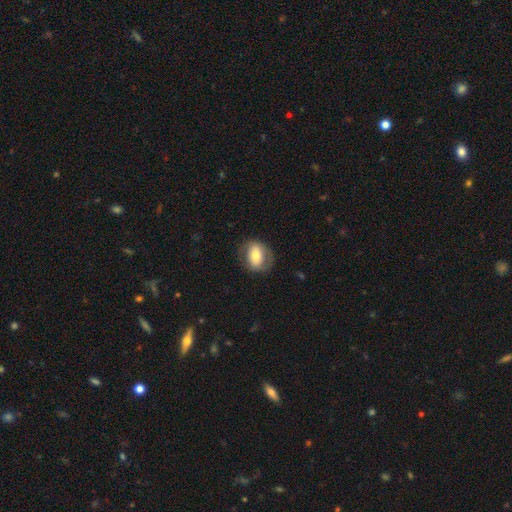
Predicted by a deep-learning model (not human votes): smooth_or_featured: smooth (p=0.64) [alt: featured or disk p=0.28]
how_rounded: in between (p=0.68) [alt: round p=0.31]
merging: none (p=0.74) [alt: minor disturbance p=0.17]